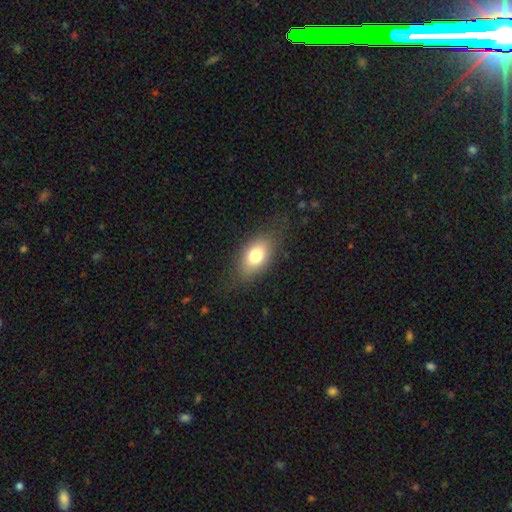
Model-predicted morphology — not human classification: Q: Smooth or featured?
A: smooth (76%); runner-up: featured or disk (16%)
Q: How rounded?
A: in between (88%); runner-up: round (9%)
Q: Merging?
A: none (77%); runner-up: minor disturbance (16%)